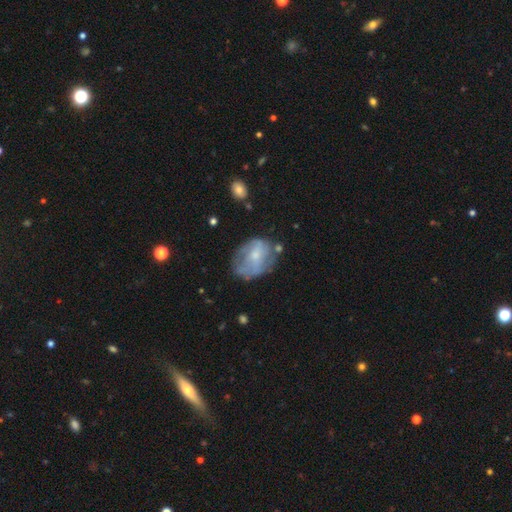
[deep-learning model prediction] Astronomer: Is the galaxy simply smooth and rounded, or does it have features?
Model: featured or disk — 52% (runner-up: smooth, 40%).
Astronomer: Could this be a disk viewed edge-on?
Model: no — 96%.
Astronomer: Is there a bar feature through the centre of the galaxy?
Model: no — 61%.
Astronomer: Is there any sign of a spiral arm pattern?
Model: no — 54% (runner-up: yes, 46%).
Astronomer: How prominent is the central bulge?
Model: small — 51% (runner-up: moderate, 37%).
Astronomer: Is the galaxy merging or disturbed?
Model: none — 51% (runner-up: minor disturbance, 28%).